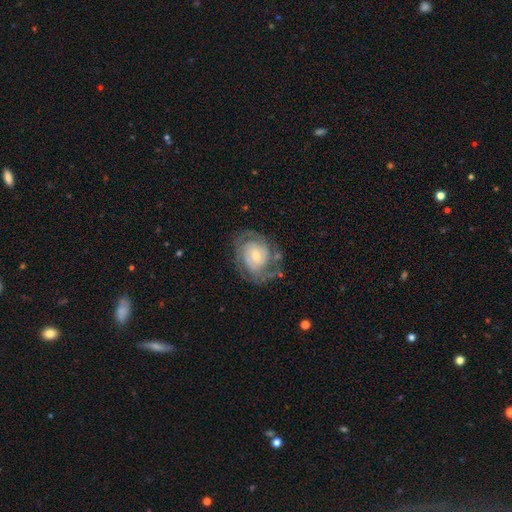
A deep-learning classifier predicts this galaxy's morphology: featured or disk 80%, smooth 15%, star or artifact 5%. Down the decision tree: edge-on disk — no (97%); bar — no (59%); spiral arms — yes (89%); spiral arm count — 2 (36%); spiral winding — tight (64%); bulge size — small (49%); merging — none (65%).